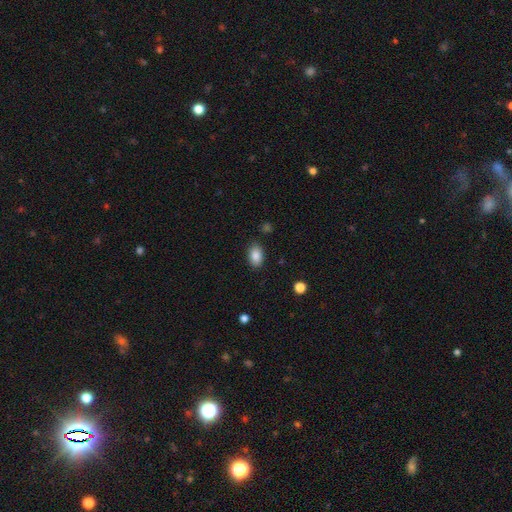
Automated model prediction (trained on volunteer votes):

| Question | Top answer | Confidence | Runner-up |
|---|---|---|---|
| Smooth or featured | smooth | 86% | star or artifact (8%) |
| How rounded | in between | 88% | round (10%) |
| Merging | none | 85% | minor disturbance (11%) |